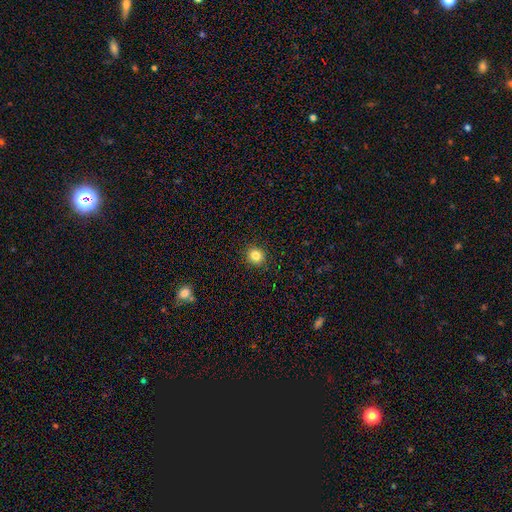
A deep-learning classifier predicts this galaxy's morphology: A smooth galaxy with no disk features (84%) that is round (86%). Merging: none (92%).